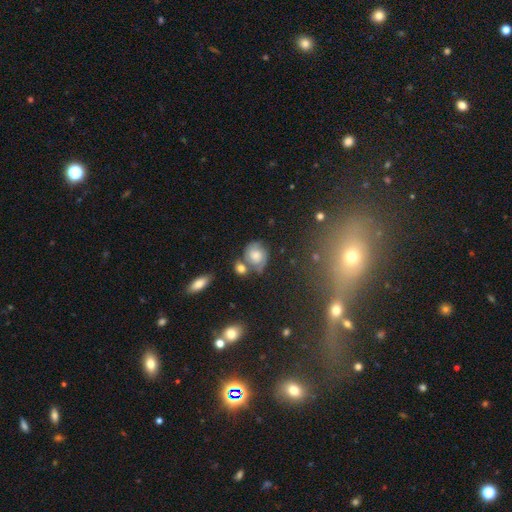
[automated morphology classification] smooth-or-featured: featured or disk: 52% | smooth: 37% | star or artifact: 10%
  disk-edge-on: no: 97% | yes: 3%
    bar: no: 72% | weak: 24% | strong: 4%
    has-spiral-arms: yes: 84% | no: 16%
    bulge-size: moderate: 44% | large: 23% | small: 21% | none: 10% | dominant: 3%
  merging: none: 50% | minor disturbance: 21% | merger: 20% | major disturbance: 9%